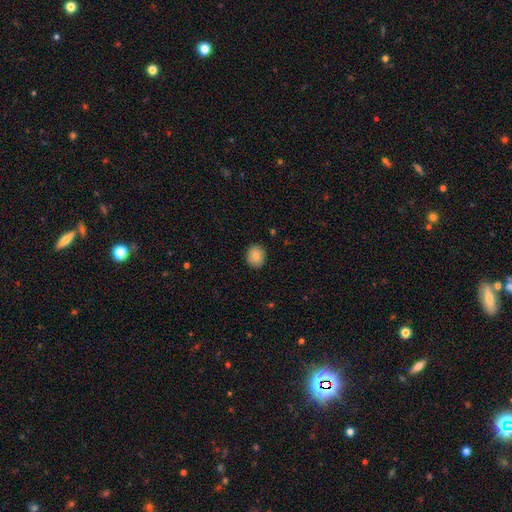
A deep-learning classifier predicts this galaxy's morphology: A smooth galaxy with no disk features (86%) that is round (70%).

Vote fractions:
- Smooth or featured? smooth: 86% / star or artifact: 8% / featured or disk: 6%
- How rounded? round: 70% / in between: 29% / cigar-shaped: 1%
- Merging? none: 89% / minor disturbance: 8% / major disturbance: 2% / merger: 1%